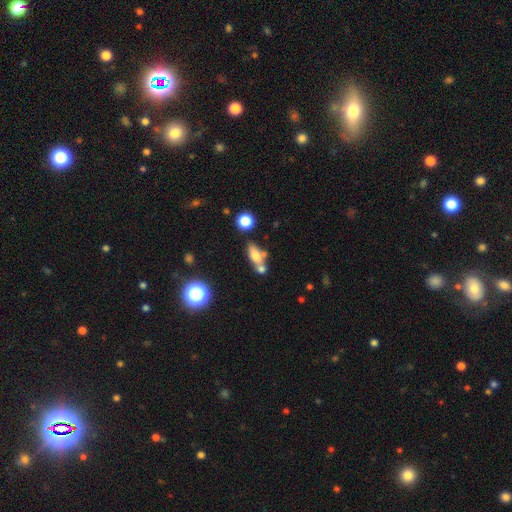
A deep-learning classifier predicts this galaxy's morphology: smooth_or_featured: smooth (p=0.64) [alt: featured or disk p=0.23]
how_rounded: in between (p=0.68) [alt: cigar-shaped p=0.23]
merging: none (p=0.44) [alt: merger p=0.36]